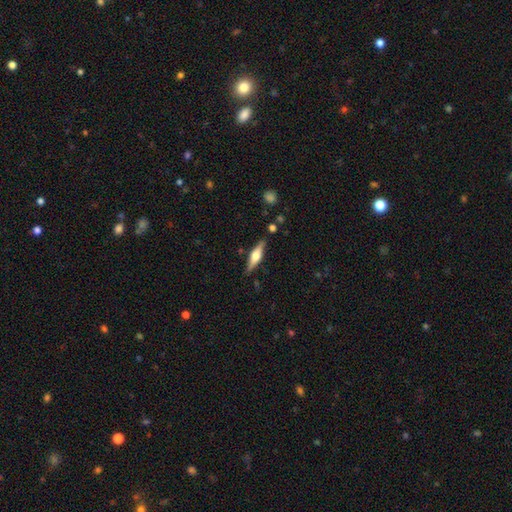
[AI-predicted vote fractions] The model was most divided on "smooth or featured": featured or disk: 58%, smooth: 36%, star or artifact: 6%. More confident: edge-on disk — yes (94%); edge-on bulge — rounded (89%); merging — none (83%).